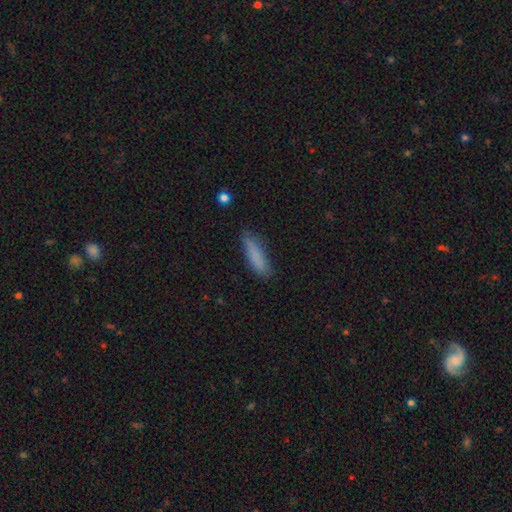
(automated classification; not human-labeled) Q: Smooth or featured?
A: smooth (83%); runner-up: featured or disk (10%)
Q: How rounded?
A: cigar-shaped (74%); runner-up: in between (24%)
Q: Merging?
A: none (80%); runner-up: minor disturbance (16%)